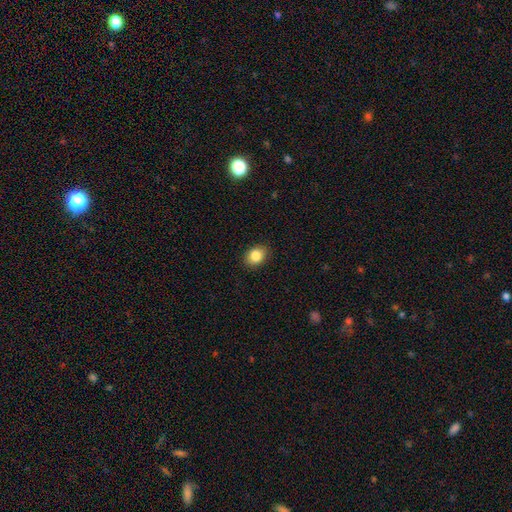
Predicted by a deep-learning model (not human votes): Overall: smooth (85%). How rounded: in between (59%; round 40%). Merging: none (88%).